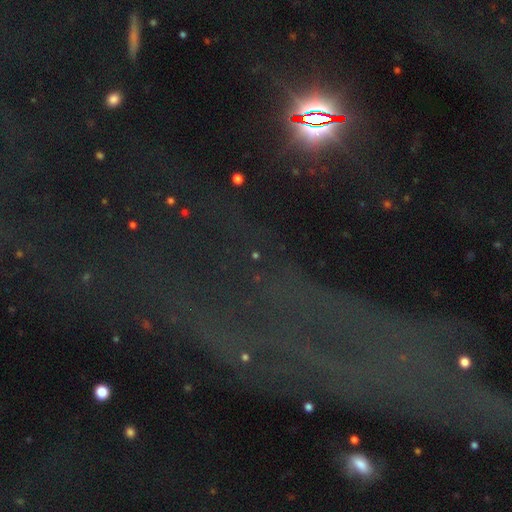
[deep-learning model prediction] smooth-or-featured: star or artifact: 76% | smooth: 12% | featured or disk: 12%